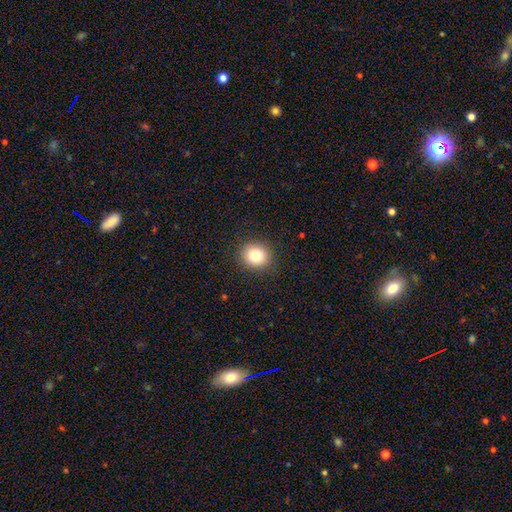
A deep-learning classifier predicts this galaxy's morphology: smooth_or_featured: smooth (p=0.81) [alt: star or artifact p=0.11]
how_rounded: round (p=0.81) [alt: in between p=0.18]
merging: none (p=0.90) [alt: minor disturbance p=0.07]